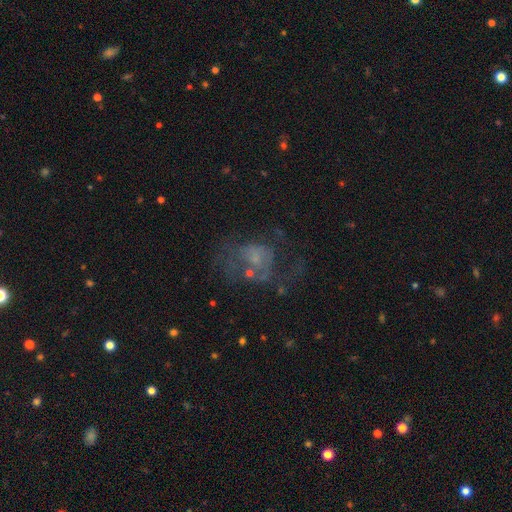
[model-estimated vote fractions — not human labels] Overall: featured or disk (49%; smooth 33%). Merging: major disturbance (45%; none 31%).